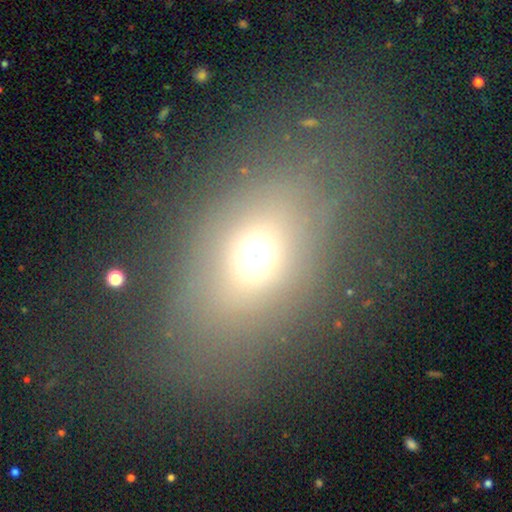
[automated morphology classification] This is likely a smooth galaxy (62%). How rounded: possibly in between (58%). Merging: likely none (71%).